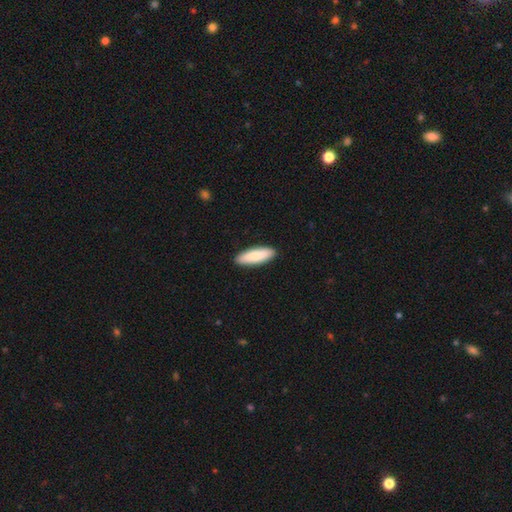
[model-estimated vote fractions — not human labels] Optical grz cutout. It shows a smooth galaxy with no disk features (84%) that is in between round and cigar-shaped (52%). Merging: none (91%).